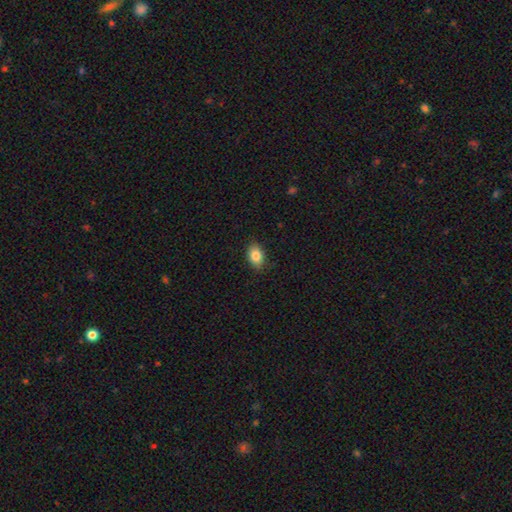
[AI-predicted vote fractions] Smooth or featured? Predicted: smooth (p=0.85). How rounded? Predicted: in between (p=0.83). Merging? Predicted: none (p=0.86).